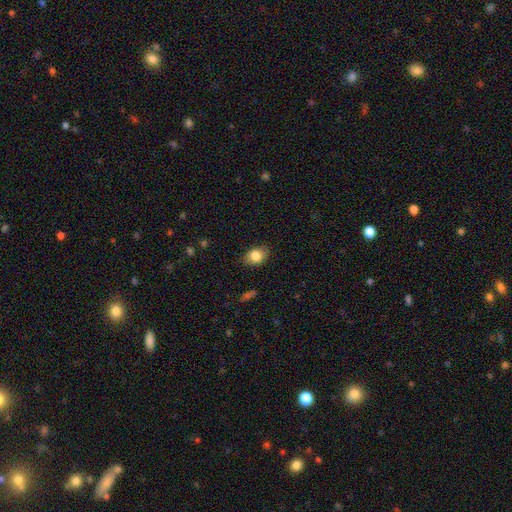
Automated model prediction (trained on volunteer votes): smooth 83%, featured or disk 8%, star or artifact 8%. Down the decision tree: how rounded — in between (75%); merging — none (83%).